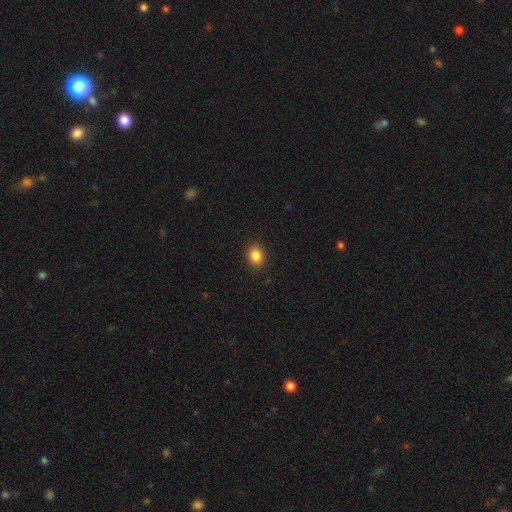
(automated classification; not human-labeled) This appears to be a smooth galaxy with no disk features (85%) that is round (59%). Merging: none (90%).